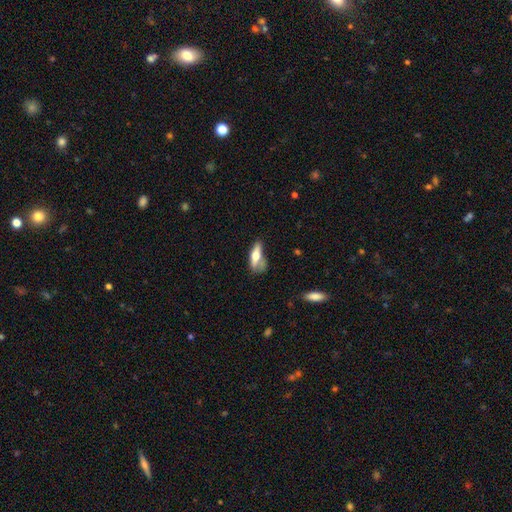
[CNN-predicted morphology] smooth_or_featured: smooth (p=0.56) [alt: featured or disk p=0.36]
how_rounded: in between (p=0.56) [alt: cigar-shaped p=0.40]
merging: none (p=0.35) [alt: minor disturbance p=0.28]